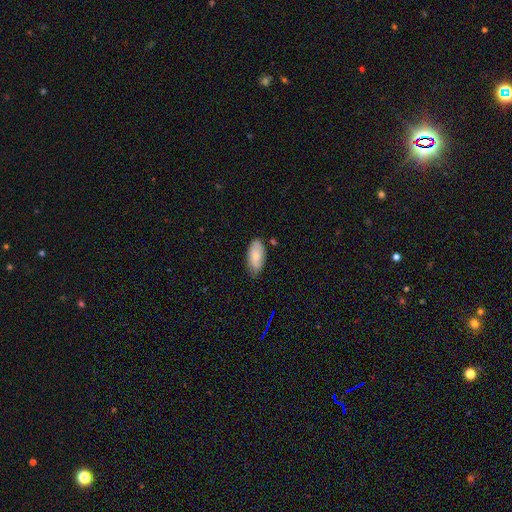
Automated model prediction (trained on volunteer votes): Smooth or featured?
  - smooth: 78% *
  - featured or disk: 15%
  - star or artifact: 6%
How rounded?
  - in between: 93% *
  - cigar-shaped: 4%
  - round: 2%
Merging?
  - none: 69% *
  - minor disturbance: 25%
  - major disturbance: 4%
  - merger: 2%